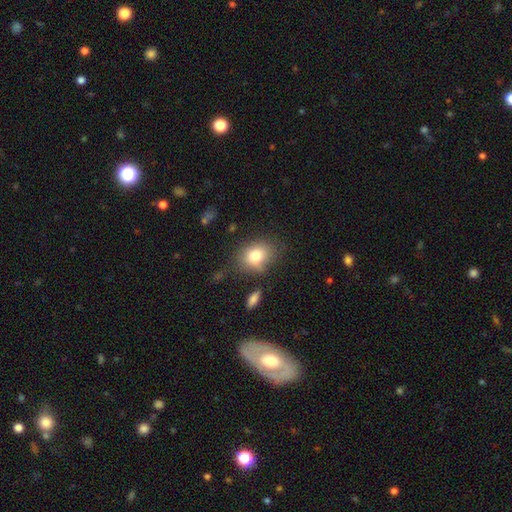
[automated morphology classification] A smooth galaxy with no disk features (78%) that is in between round and cigar-shaped (55%). Merging: none (68%).